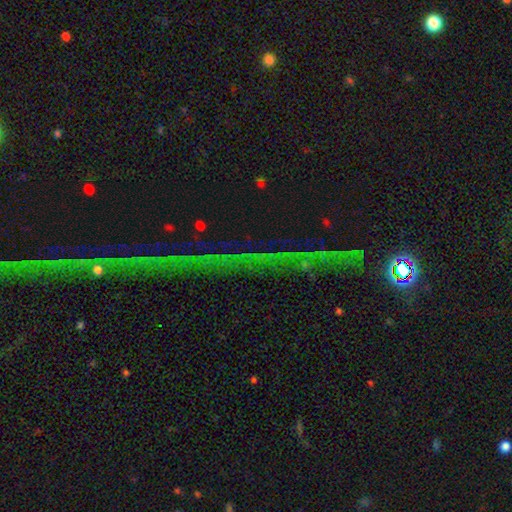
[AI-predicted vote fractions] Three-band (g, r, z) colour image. It shows a star or artifact, not a galaxy (78%).